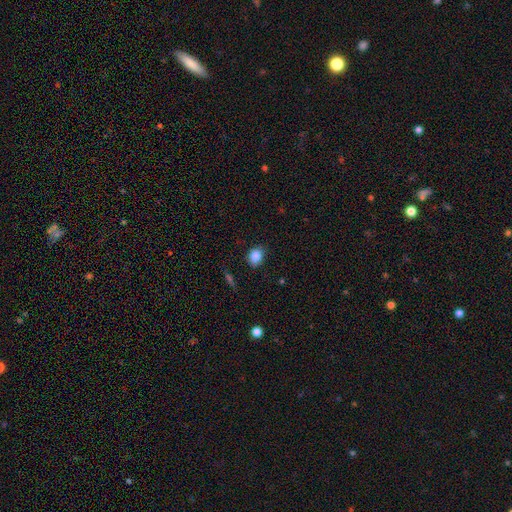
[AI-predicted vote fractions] smooth 85%, star or artifact 10%, featured or disk 6%. Down the decision tree: how rounded — in between (54%); merging — none (81%).